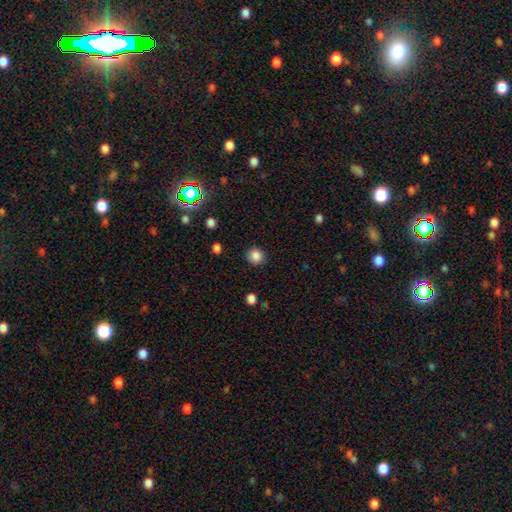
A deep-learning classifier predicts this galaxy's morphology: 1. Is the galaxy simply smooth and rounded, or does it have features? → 85% smooth, 11% star or artifact, 3% featured or disk.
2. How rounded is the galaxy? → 90% round, 9% in between, 1% cigar-shaped.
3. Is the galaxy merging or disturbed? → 88% none, 8% minor disturbance, 3% major disturbance, 1% merger.